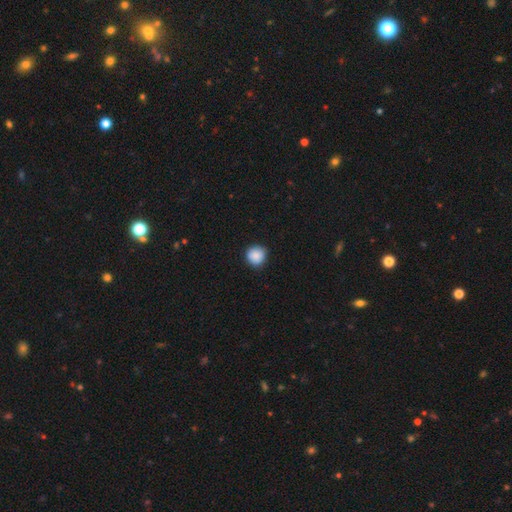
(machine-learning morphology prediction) Smooth or featured? smooth (88%)
How rounded? round (93%)
Merging? none (88%)